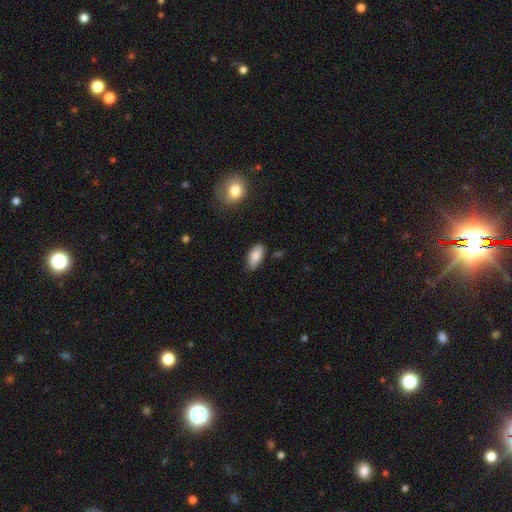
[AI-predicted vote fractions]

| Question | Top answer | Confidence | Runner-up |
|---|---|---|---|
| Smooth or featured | smooth | 85% | featured or disk (8%) |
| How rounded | in between | 91% | cigar-shaped (6%) |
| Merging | none | 80% | minor disturbance (15%) |